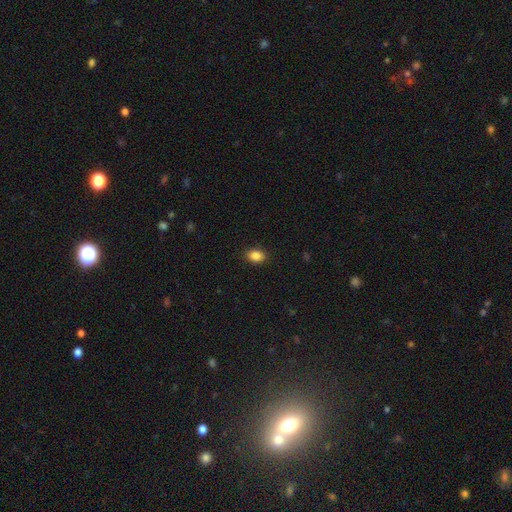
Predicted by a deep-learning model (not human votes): Overall: smooth (88%). How rounded: in between (79%). Merging: none (89%).